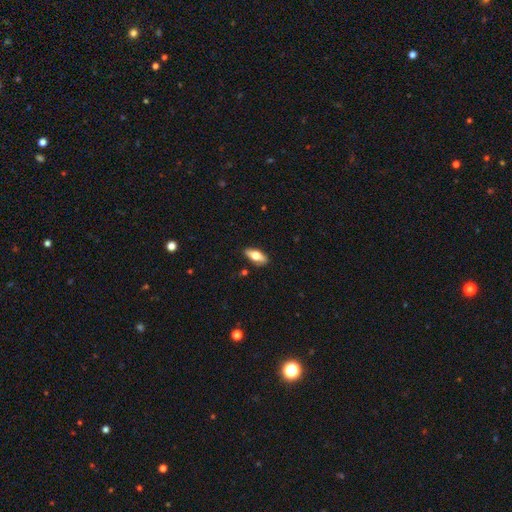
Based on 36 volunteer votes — Smooth or featured? smooth (61%)
How rounded? in between (100%)
Merging? none (61%)